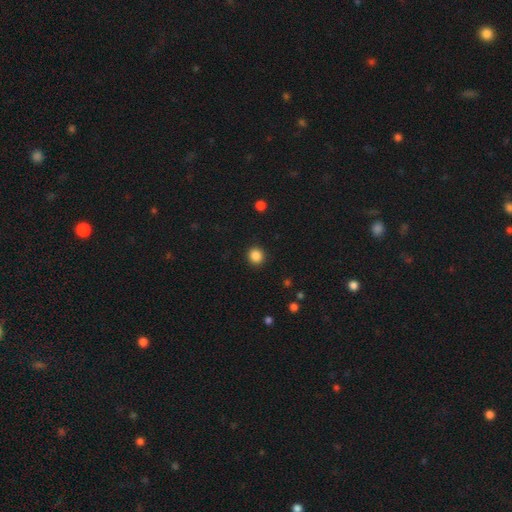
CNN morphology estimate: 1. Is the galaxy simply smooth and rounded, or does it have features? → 87% smooth, 10% star or artifact, 3% featured or disk.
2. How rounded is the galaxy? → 90% round, 9% in between, 1% cigar-shaped.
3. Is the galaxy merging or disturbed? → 92% none, 5% minor disturbance, 2% major disturbance, 1% merger.